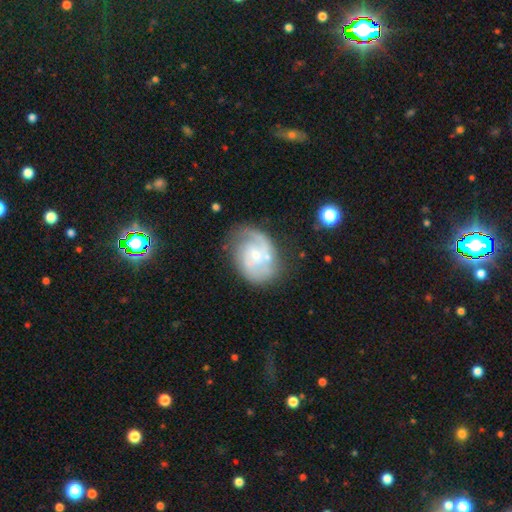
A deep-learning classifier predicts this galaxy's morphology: A featured or disk galaxy (77%) with no bar (56%), 2 (52%) medium (42%) spiral arms (90%) and a small central bulge (65%). Merging: none (58%).